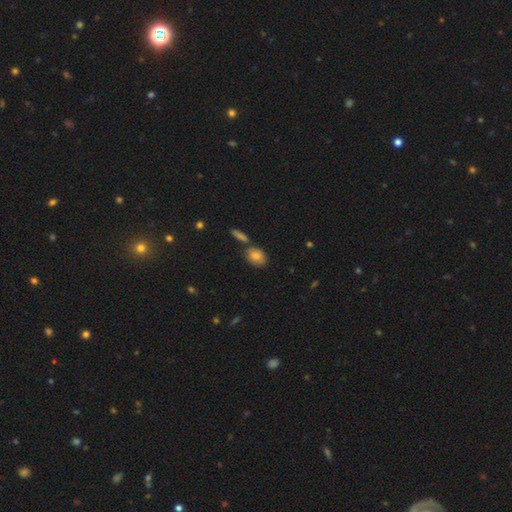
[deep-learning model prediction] Overall: smooth (79%). How rounded: in between (69%). Merging: none (70%).